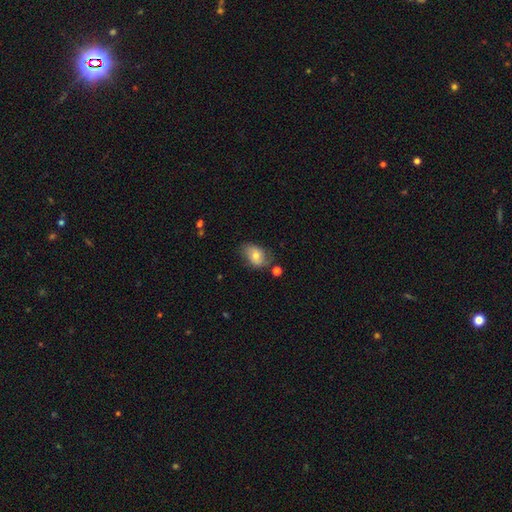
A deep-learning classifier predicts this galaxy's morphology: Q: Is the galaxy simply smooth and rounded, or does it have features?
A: smooth — 59%.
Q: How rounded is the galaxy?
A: in between — 77%.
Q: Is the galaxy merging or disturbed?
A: none — 61%.